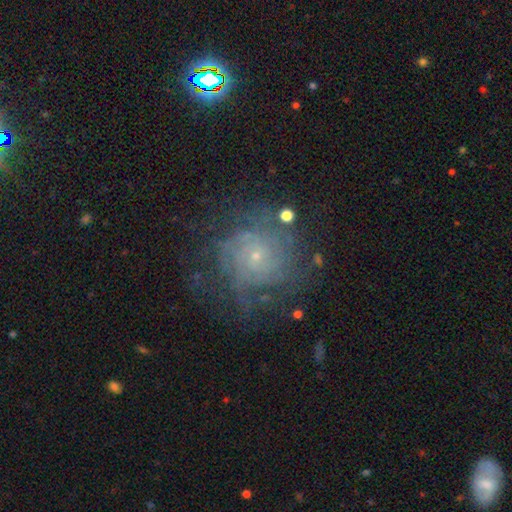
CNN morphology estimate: The model was most divided on "spiral arm count": can't tell: 45%, 4: 15%, 3: 12%, 2: 12%, more than 4: 10%, 1: 6%. More confident: edge-on disk — no (97%); spiral arms — yes (90%); bulge size — small (84%); bar — no (80%); smooth or featured — featured or disk (74%); spiral winding — tight (68%); merging — none (68%).